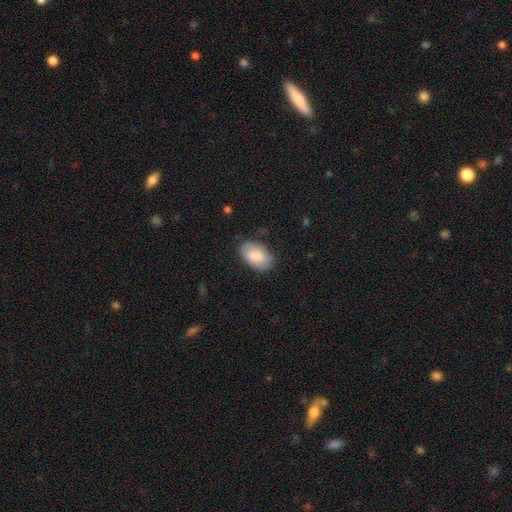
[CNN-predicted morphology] Smooth or featured? smooth (84%)
How rounded? in between (94%)
Merging? none (78%)